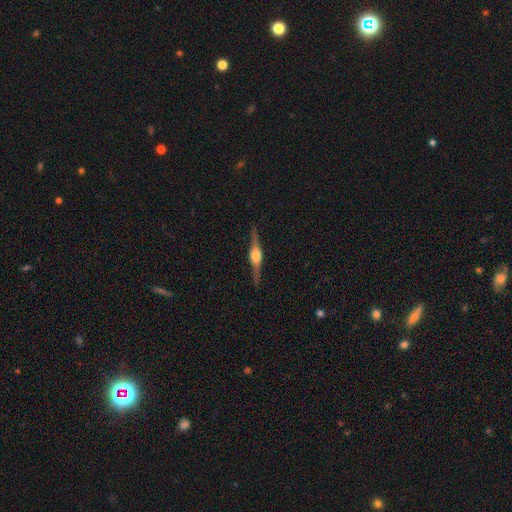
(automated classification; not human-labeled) Smooth or featured? featured or disk (83%)
Edge-on disk? yes (98%)
Edge-on bulge? rounded (91%)
Merging? none (90%)